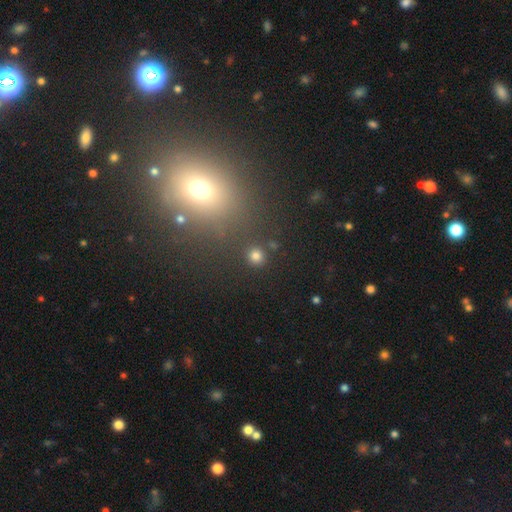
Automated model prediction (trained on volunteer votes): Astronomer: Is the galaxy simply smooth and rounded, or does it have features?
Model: smooth — 79%.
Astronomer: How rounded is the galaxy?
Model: round — 93%.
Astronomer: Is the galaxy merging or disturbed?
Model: none — 87%.